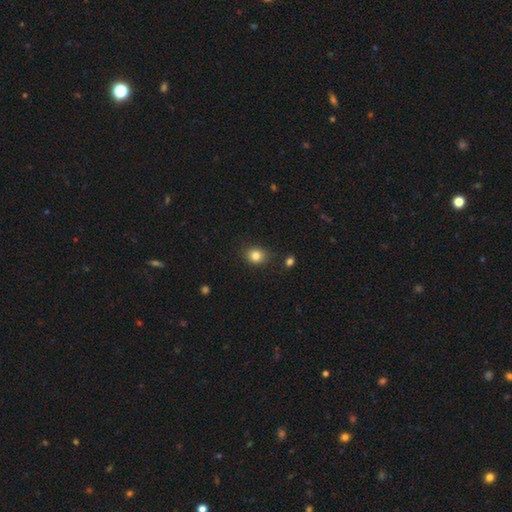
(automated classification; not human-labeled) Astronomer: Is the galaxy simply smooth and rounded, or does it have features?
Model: smooth — 83%.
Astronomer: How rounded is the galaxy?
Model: round — 65%.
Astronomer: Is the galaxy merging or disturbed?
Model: none — 84%.